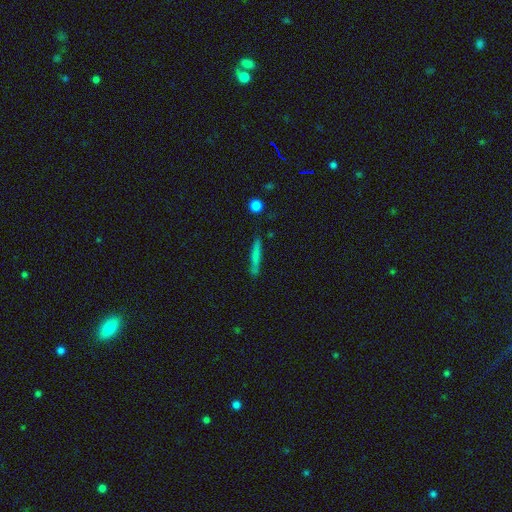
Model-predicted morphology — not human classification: smooth_or_featured: smooth (p=0.69) [alt: featured or disk p=0.24]
how_rounded: cigar-shaped (p=0.94) [alt: in between p=0.05]
merging: none (p=0.82) [alt: minor disturbance p=0.13]